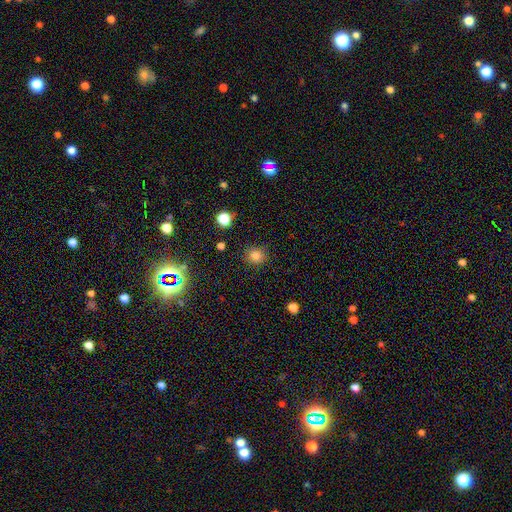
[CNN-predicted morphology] Smooth or featured?
  - smooth: 81% *
  - star or artifact: 14%
  - featured or disk: 5%
How rounded?
  - round: 83% *
  - in between: 16%
  - cigar-shaped: 1%
Merging?
  - none: 85% *
  - minor disturbance: 10%
  - major disturbance: 3%
  - merger: 2%